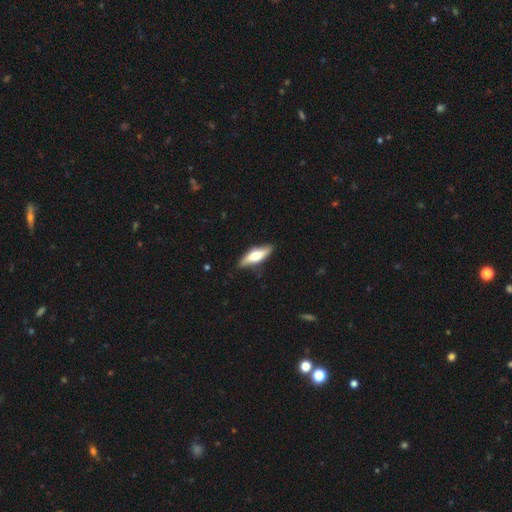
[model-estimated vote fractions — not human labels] Morphology: type=smooth (54%); roundness=in between (50%); merging=none (84%).